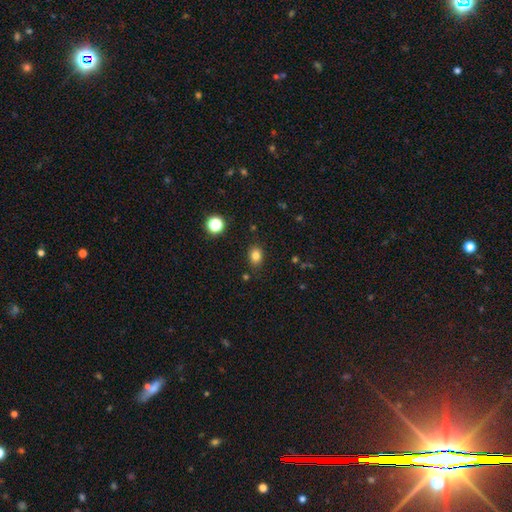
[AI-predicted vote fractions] A smooth galaxy with no disk features (81%) that is in between round and cigar-shaped (63%).

Vote fractions:
- Smooth or featured? smooth: 81% / star or artifact: 12% / featured or disk: 6%
- How rounded? in between: 63% / round: 36% / cigar-shaped: 1%
- Merging? none: 84% / minor disturbance: 11% / major disturbance: 3% / merger: 2%